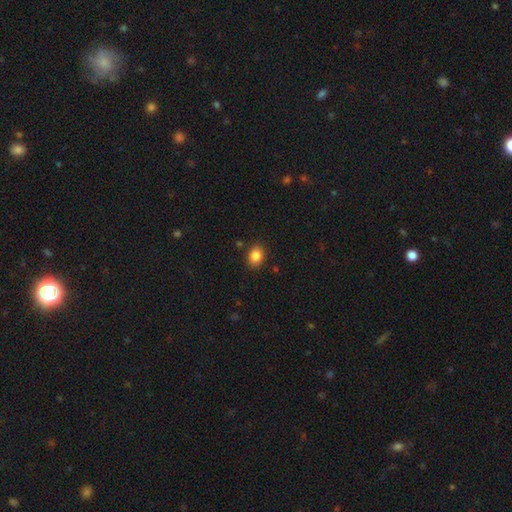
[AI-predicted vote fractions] A smooth galaxy with no disk features (85%) that is in between round and cigar-shaped (54%).

Vote fractions:
- Smooth or featured? smooth: 85% / star or artifact: 10% / featured or disk: 6%
- How rounded? in between: 54% / round: 45% / cigar-shaped: 1%
- Merging? none: 87% / minor disturbance: 9% / major disturbance: 2% / merger: 2%